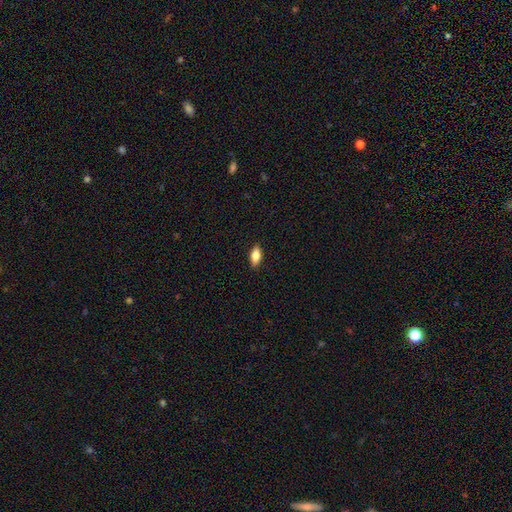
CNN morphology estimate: smooth_or_featured: smooth (p=0.79) [alt: featured or disk p=0.14]
how_rounded: in between (p=0.85) [alt: cigar-shaped p=0.11]
merging: none (p=0.88) [alt: minor disturbance p=0.09]